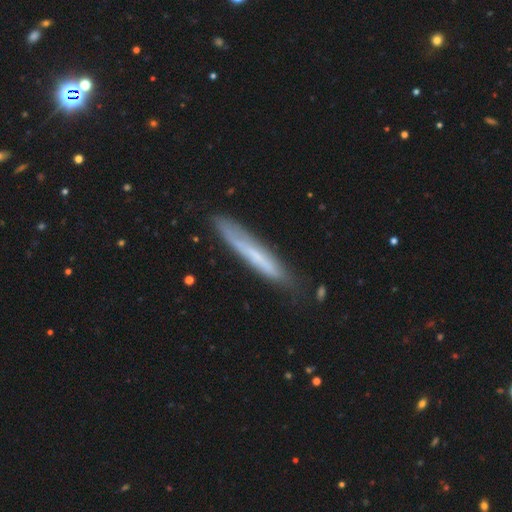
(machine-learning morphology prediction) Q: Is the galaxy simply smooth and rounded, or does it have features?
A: smooth — 50%.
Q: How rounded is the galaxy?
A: cigar-shaped — 94%.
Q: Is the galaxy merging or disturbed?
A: none — 73%.